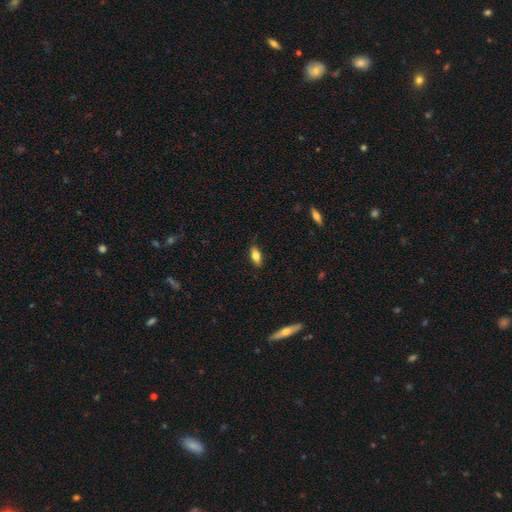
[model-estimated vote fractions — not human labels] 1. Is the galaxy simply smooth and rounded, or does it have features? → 75% smooth, 17% featured or disk, 8% star or artifact.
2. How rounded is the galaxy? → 81% in between, 16% cigar-shaped, 3% round.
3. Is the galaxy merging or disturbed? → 85% none, 12% minor disturbance, 2% major disturbance, 1% merger.